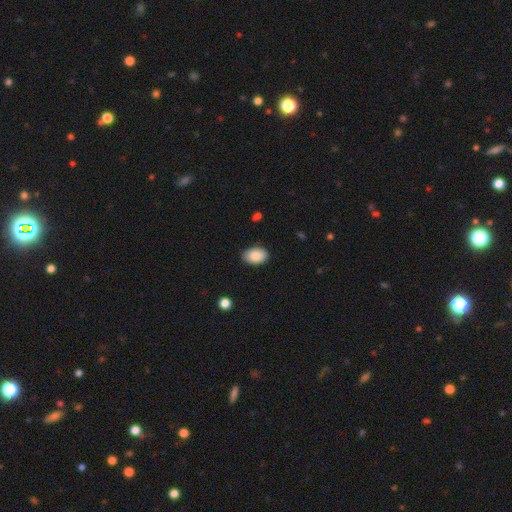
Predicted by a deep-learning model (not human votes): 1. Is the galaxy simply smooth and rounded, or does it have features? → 88% smooth, 7% star or artifact, 5% featured or disk.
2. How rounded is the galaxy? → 88% in between, 11% round, 1% cigar-shaped.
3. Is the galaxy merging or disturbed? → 86% none, 11% minor disturbance, 2% major disturbance, 1% merger.